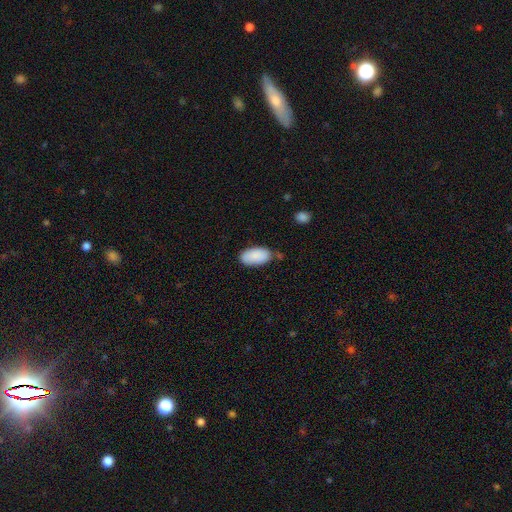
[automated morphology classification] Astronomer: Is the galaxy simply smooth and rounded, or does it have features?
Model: smooth — 89%.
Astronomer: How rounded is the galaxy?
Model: in between — 95%.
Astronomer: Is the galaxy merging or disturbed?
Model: none — 69%.